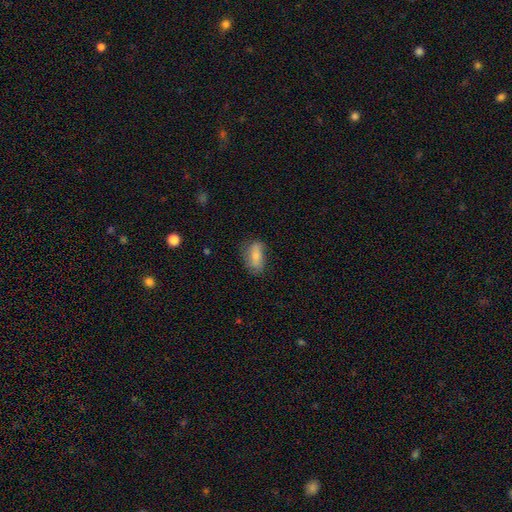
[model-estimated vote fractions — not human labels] Smooth or featured? smooth (68%)
How rounded? in between (84%)
Merging? none (65%)